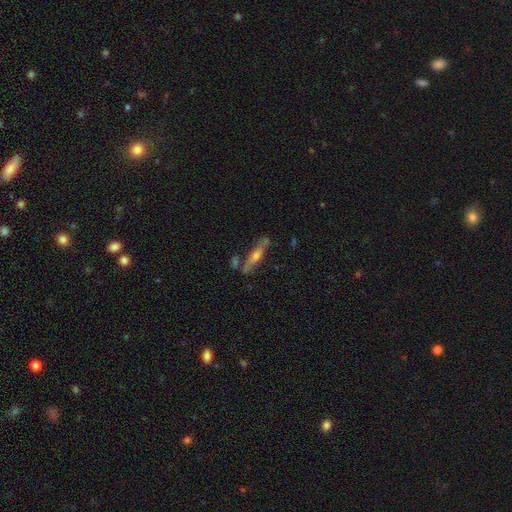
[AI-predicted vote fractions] This is possibly a featured or disk galaxy (59%). It is clearly viewed edge-on (84%). Merging: likely none (71%).